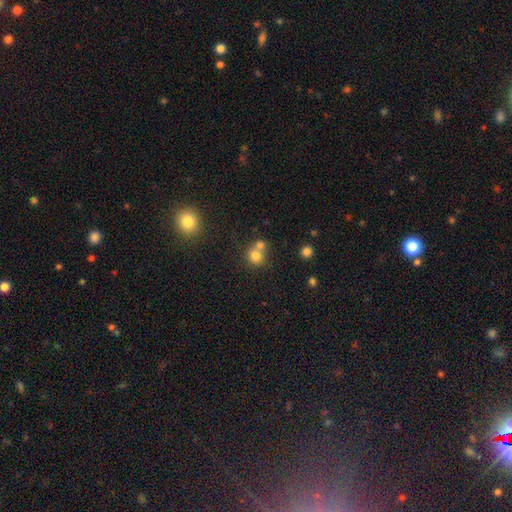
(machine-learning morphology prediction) This is likely a smooth galaxy (77%). How rounded: clearly round (86%). Merging: possibly none (46%).